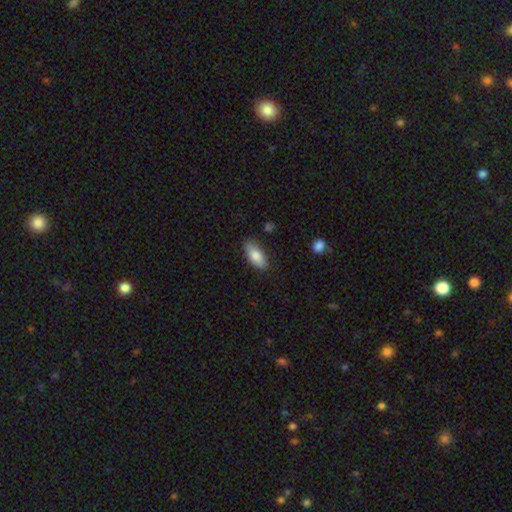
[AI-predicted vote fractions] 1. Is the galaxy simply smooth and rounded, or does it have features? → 82% smooth, 12% featured or disk, 6% star or artifact.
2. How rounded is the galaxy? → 88% in between, 10% cigar-shaped, 3% round.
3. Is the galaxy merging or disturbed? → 82% none, 14% minor disturbance, 3% major disturbance, 2% merger.